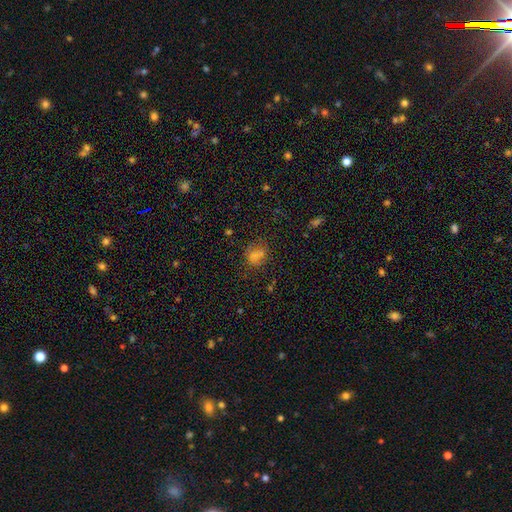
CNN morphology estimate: This is likely a smooth galaxy (69%). How rounded: likely round (65%). Merging: likely none (63%).